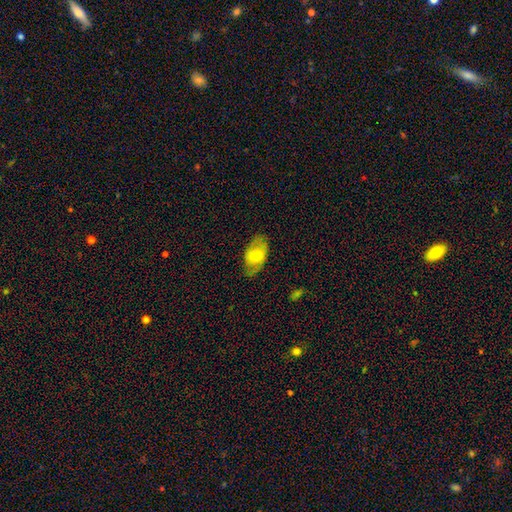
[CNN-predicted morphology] type=smooth (65%); roundness=in between (90%); merging=none (71%).